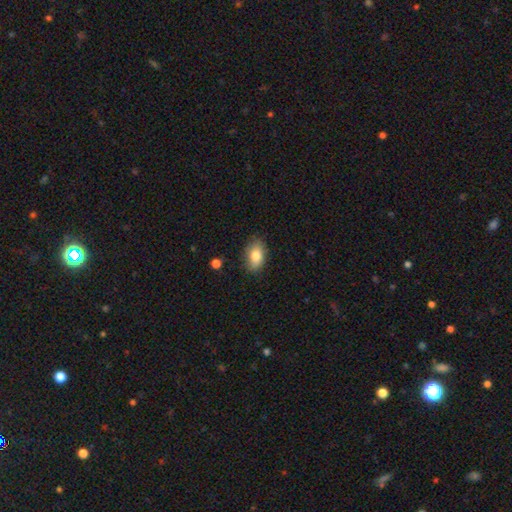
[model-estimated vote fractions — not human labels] The model was most divided on "merging": none: 82%, minor disturbance: 14%, major disturbance: 3%, merger: 1%. More confident: how rounded — in between (89%); smooth or featured — smooth (80%).